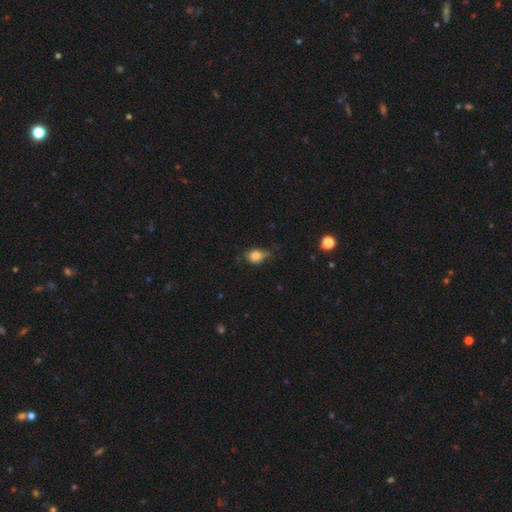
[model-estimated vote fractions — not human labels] Smooth or featured: smooth — 78% (featured or disk — 12%)
How rounded: round — 51% (in between — 47%)
Merging: none — 43% (minor disturbance — 41%)